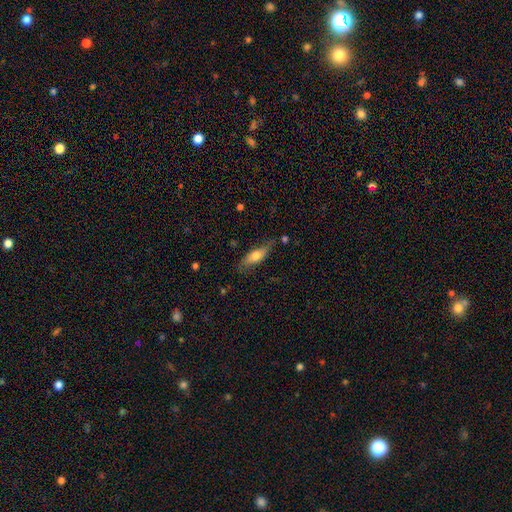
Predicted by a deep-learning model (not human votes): Smooth or featured?
  - smooth: 62% *
  - featured or disk: 32%
  - star or artifact: 6%
How rounded?
  - in between: 56% *
  - cigar-shaped: 41%
  - round: 3%
Merging?
  - none: 68% *
  - minor disturbance: 23%
  - major disturbance: 6%
  - merger: 3%